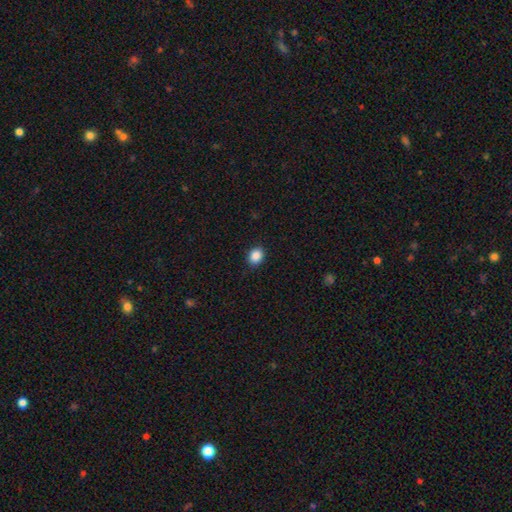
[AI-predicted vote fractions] Smooth or featured? Predicted: smooth (p=0.88). How rounded? Predicted: round (p=0.59). Merging? Predicted: none (p=0.90).